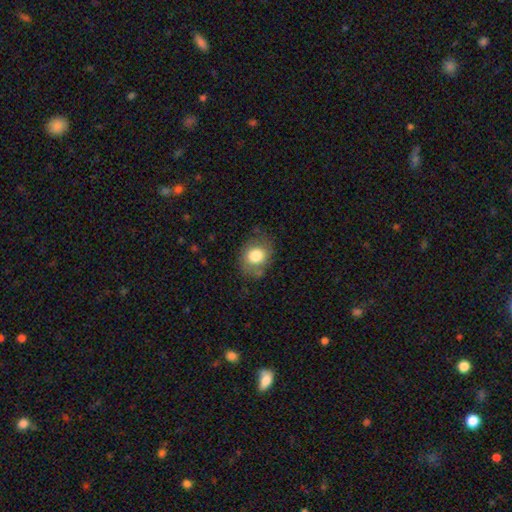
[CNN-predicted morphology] This is likely a smooth galaxy (78%). How rounded: possibly round (53%). Merging: likely none (70%).